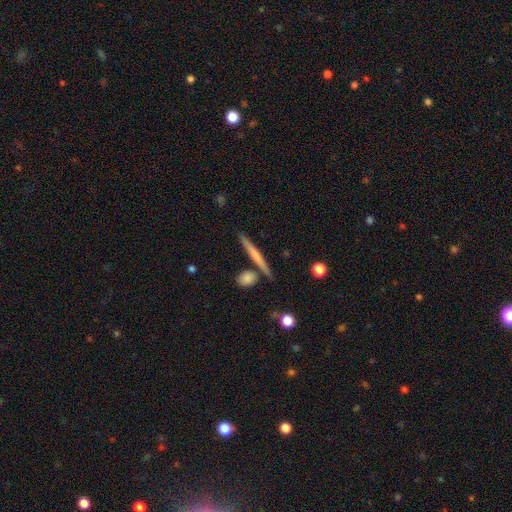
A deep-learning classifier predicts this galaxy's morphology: Smooth or featured?
  - smooth: 52% *
  - featured or disk: 42%
  - star or artifact: 6%
How rounded?
  - cigar-shaped: 92% *
  - in between: 5%
  - round: 3%
Merging?
  - none: 82% *
  - minor disturbance: 8%
  - merger: 8%
  - major disturbance: 2%